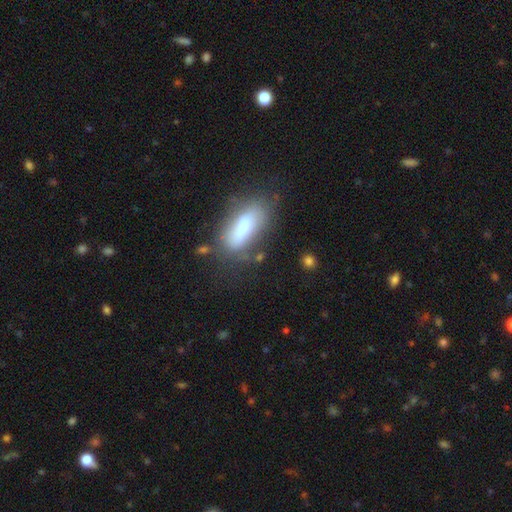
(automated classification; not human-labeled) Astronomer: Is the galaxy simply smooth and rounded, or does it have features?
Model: smooth — 64%.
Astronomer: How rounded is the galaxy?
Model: in between — 70%.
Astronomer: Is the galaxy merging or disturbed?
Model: none — 65%.